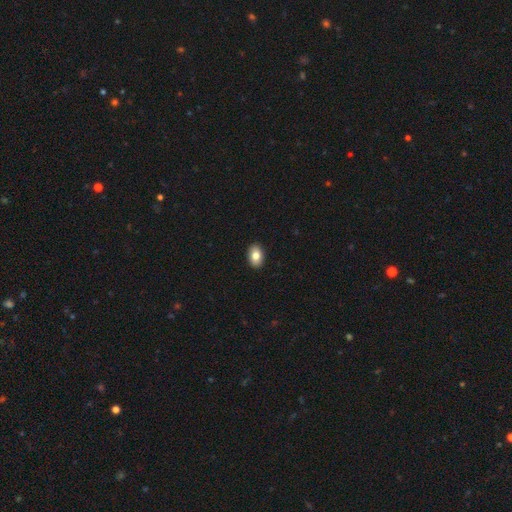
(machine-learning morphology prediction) A smooth galaxy with no disk features (81%) that is in between round and cigar-shaped (87%). Merging: none (91%).